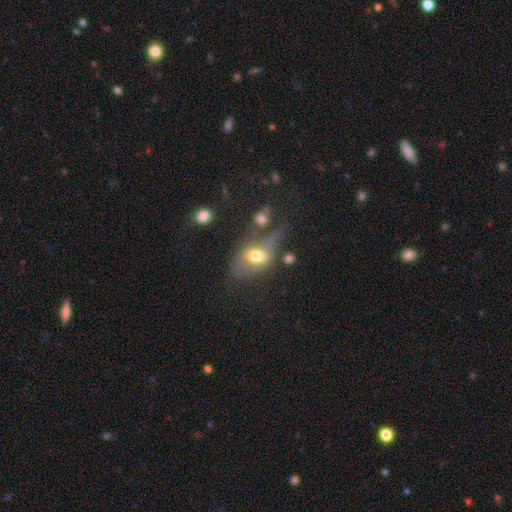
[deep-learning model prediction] A smooth galaxy with no disk features (59%) that is in between round and cigar-shaped (77%).

Vote fractions:
- Smooth or featured? smooth: 59% / featured or disk: 29% / star or artifact: 12%
- How rounded? in between: 77% / round: 20% / cigar-shaped: 3%
- Merging? none: 33% / major disturbance: 30% / minor disturbance: 22% / merger: 14%